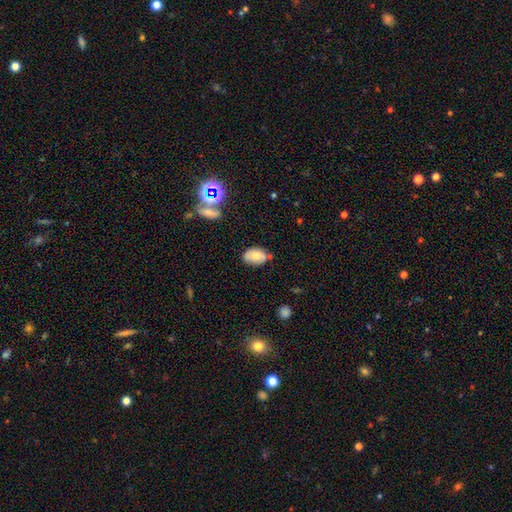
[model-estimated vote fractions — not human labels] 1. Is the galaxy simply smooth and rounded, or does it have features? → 71% smooth, 20% featured or disk, 9% star or artifact.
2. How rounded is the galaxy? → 88% in between, 11% round, 1% cigar-shaped.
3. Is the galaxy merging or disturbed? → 65% none, 24% minor disturbance, 7% merger, 4% major disturbance.